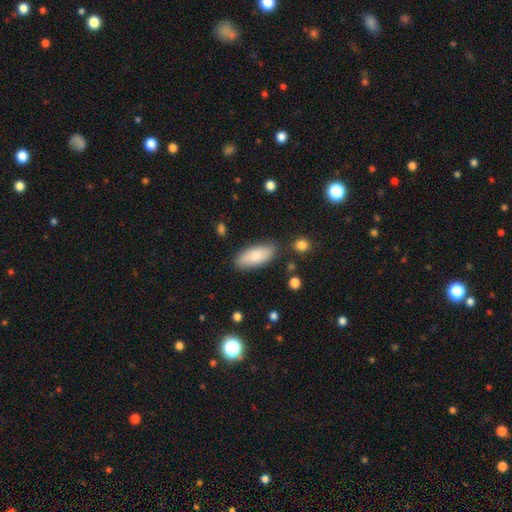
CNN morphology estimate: A smooth galaxy with no disk features (80%) that is in between round and cigar-shaped (84%).

Vote fractions:
- Smooth or featured? smooth: 80% / featured or disk: 14% / star or artifact: 6%
- How rounded? in between: 84% / cigar-shaped: 14% / round: 2%
- Merging? none: 81% / minor disturbance: 14% / merger: 3% / major disturbance: 3%